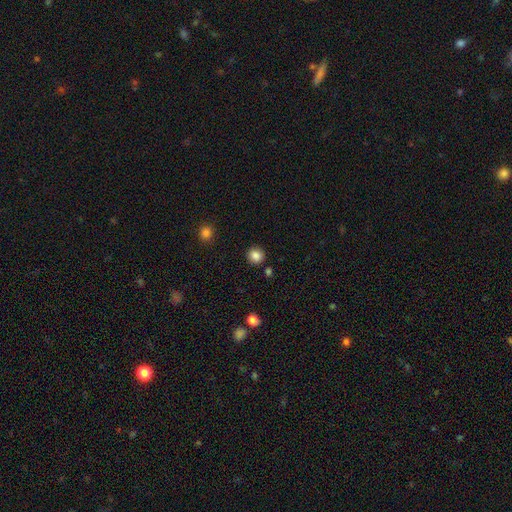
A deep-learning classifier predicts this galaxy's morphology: A smooth galaxy with no disk features (86%) that is round (89%). Merging: none (88%).